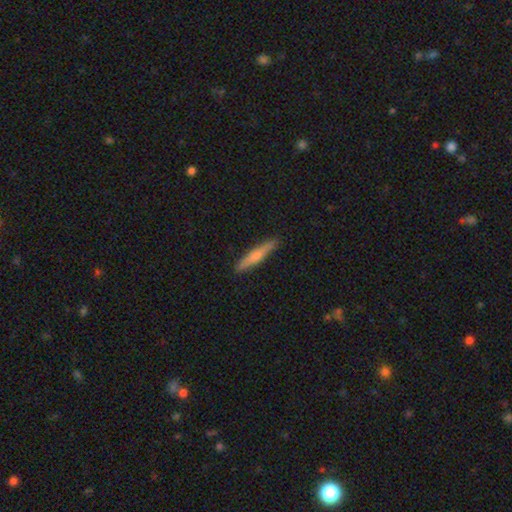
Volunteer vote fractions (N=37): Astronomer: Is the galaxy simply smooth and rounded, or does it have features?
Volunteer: featured or disk — 68%.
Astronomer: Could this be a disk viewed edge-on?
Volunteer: yes — 92%.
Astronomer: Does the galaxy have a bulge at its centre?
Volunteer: rounded — 74%.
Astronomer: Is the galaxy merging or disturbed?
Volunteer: none — 92%.